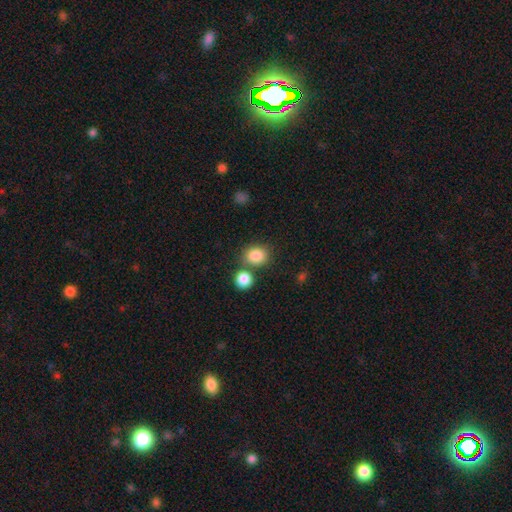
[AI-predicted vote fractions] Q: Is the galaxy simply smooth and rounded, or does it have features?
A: smooth — 85%.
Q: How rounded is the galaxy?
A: round — 61%.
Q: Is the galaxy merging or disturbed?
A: none — 63%.